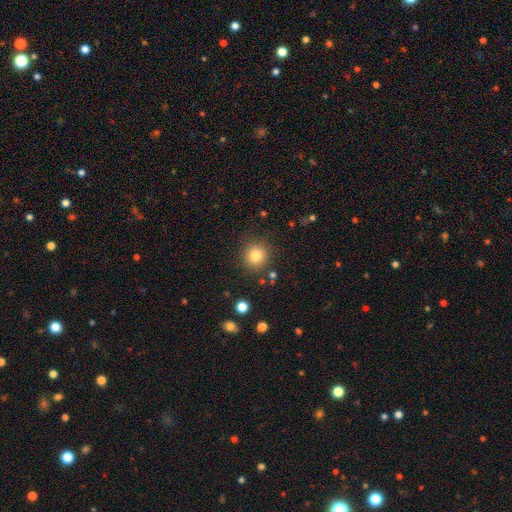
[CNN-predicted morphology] A smooth galaxy with no disk features (80%) that is round (91%). Merging: none (86%).